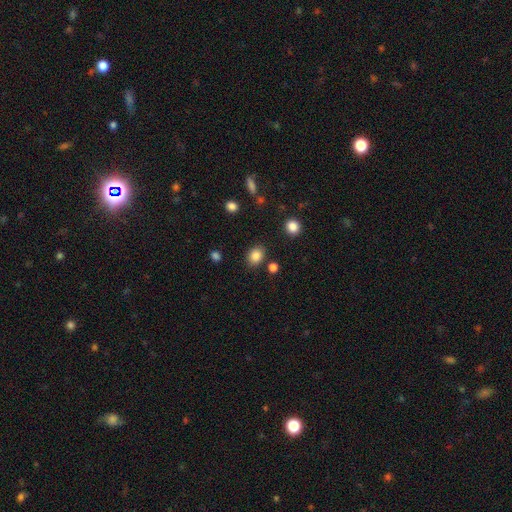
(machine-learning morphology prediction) smooth 85%, star or artifact 10%, featured or disk 5%. Down the decision tree: how rounded — in between (54%); merging — none (82%).